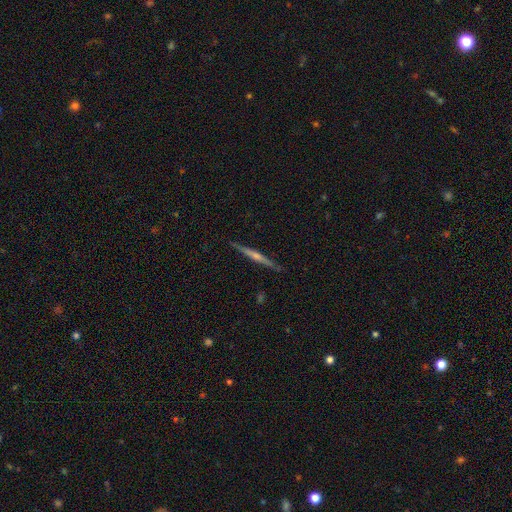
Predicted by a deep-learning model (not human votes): A featured or disk galaxy (75%) viewed edge-on (98%) with a rounded central bulge (72%). Merging: none (90%).